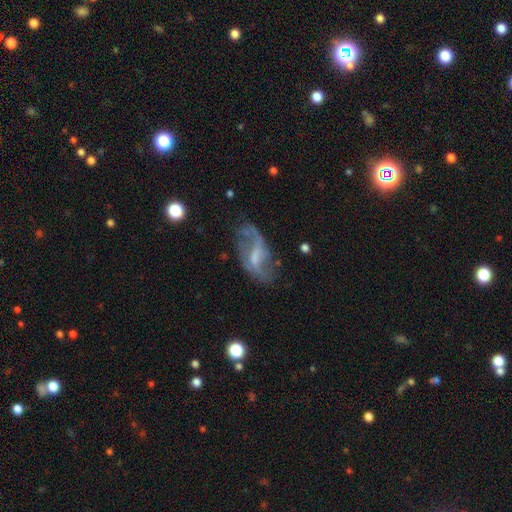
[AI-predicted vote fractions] A featured or disk galaxy (69%) with a weak bar (51%), spiral arms (74%) and a small central bulge (34%).

Vote fractions:
- Smooth or featured? featured or disk: 69% / smooth: 22% / star or artifact: 8%
- Edge-on disk? no: 93% / yes: 7%
- Bar? weak: 51% / no: 26% / strong: 23%
- Spiral arms? yes: 74% / no: 26%
- Bulge size? small: 34% / none: 31% / moderate: 30% / large: 4% / dominant: 1%
- Merging? none: 51% / minor disturbance: 24% / major disturbance: 22% / merger: 4%